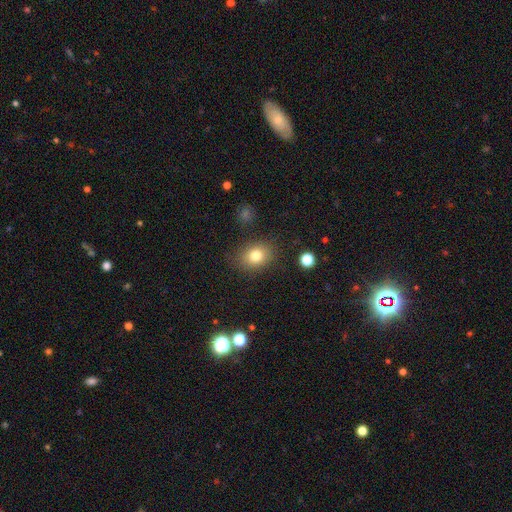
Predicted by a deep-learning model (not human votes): This is likely a smooth galaxy (80%). How rounded: possibly in between (57%). Merging: clearly none (82%).